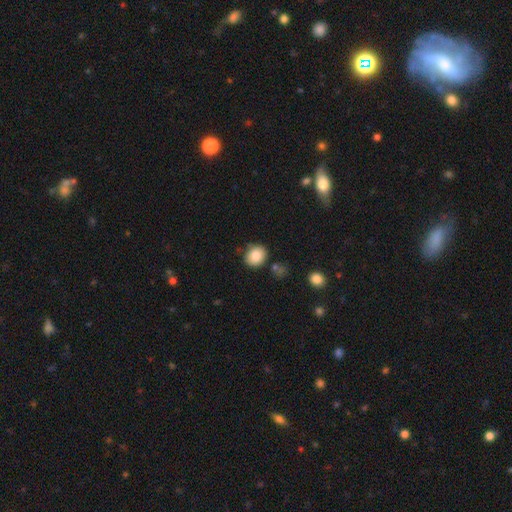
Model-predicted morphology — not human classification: smooth-or-featured: smooth: 86% | star or artifact: 9% | featured or disk: 5%
  how-rounded: round: 66% | in between: 33% | cigar-shaped: 1%
  merging: none: 76% | minor disturbance: 15% | merger: 5% | major disturbance: 4%